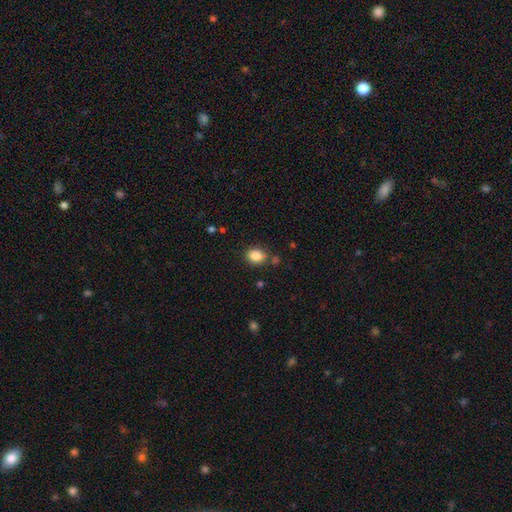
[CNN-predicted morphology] A smooth galaxy with no disk features (85%) that is round (55%).

Vote fractions:
- Smooth or featured? smooth: 85% / star or artifact: 10% / featured or disk: 6%
- How rounded? round: 55% / in between: 44% / cigar-shaped: 1%
- Merging? none: 78% / minor disturbance: 12% / merger: 6% / major disturbance: 3%